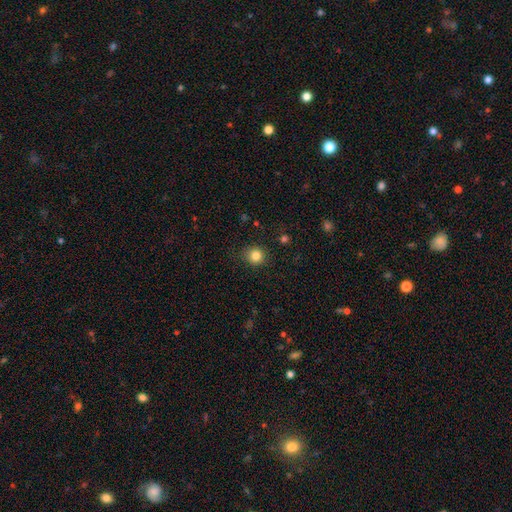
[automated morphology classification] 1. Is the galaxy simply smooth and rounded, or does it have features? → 83% smooth, 12% star or artifact, 6% featured or disk.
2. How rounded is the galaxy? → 87% round, 12% in between, 1% cigar-shaped.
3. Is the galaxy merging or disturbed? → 87% none, 10% minor disturbance, 3% major disturbance, 1% merger.